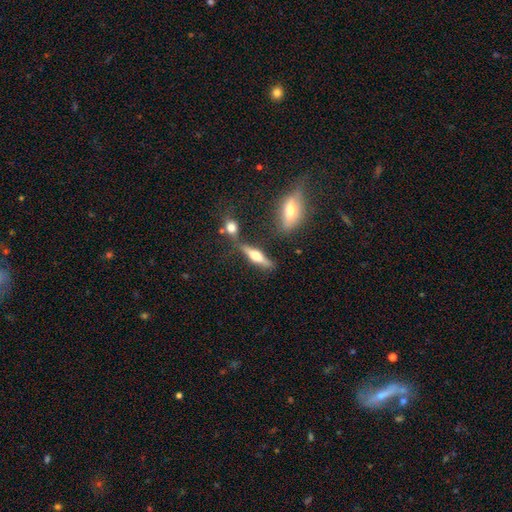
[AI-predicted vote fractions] Smooth or featured? Predicted: featured or disk (p=0.54). Edge-on disk? Predicted: yes (p=0.93). Edge-on bulge? Predicted: rounded (p=0.91). Merging? Predicted: none (p=0.67).